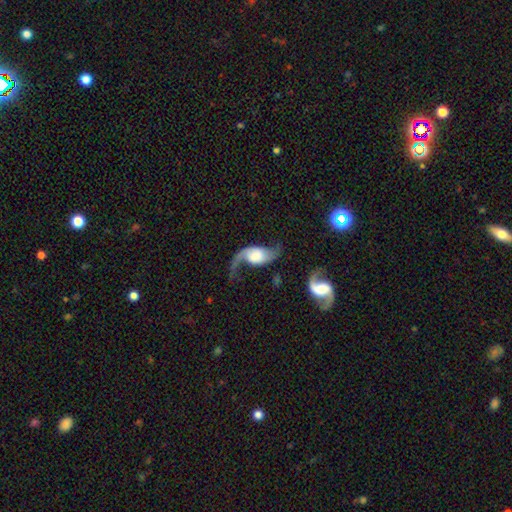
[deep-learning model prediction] Smooth or featured? Predicted: featured or disk (p=0.85). Edge-on disk? Predicted: no (p=0.96). Bar? Predicted: no (p=0.61). Spiral arms? Predicted: yes (p=0.96). Spiral winding? Predicted: loose (p=0.84). Spiral arm count? Predicted: 2 (p=0.88). Bulge size? Predicted: large (p=0.38). Merging? Predicted: none (p=0.53).